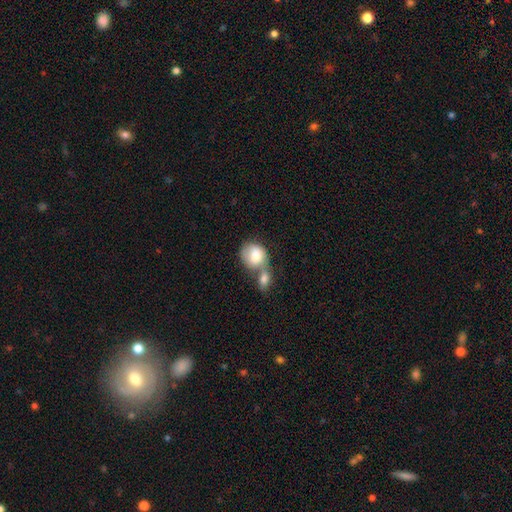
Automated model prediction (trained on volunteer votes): Overall: smooth (79%). How rounded: round (63%; in between 36%). Merging: merger (64%).